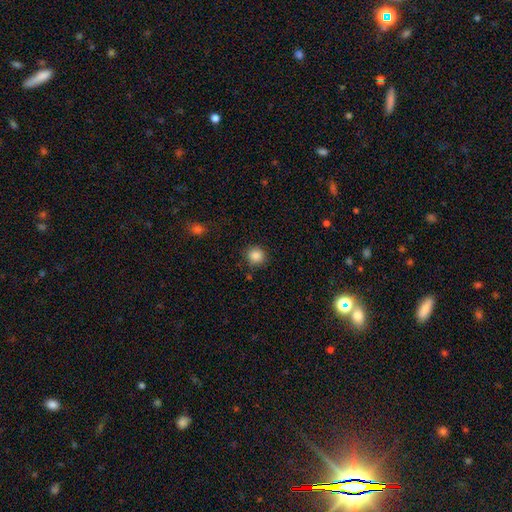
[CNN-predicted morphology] Smooth or featured?
  - smooth: 86% *
  - star or artifact: 10%
  - featured or disk: 4%
How rounded?
  - round: 90% *
  - in between: 9%
  - cigar-shaped: 1%
Merging?
  - none: 86% *
  - minor disturbance: 9%
  - major disturbance: 3%
  - merger: 2%